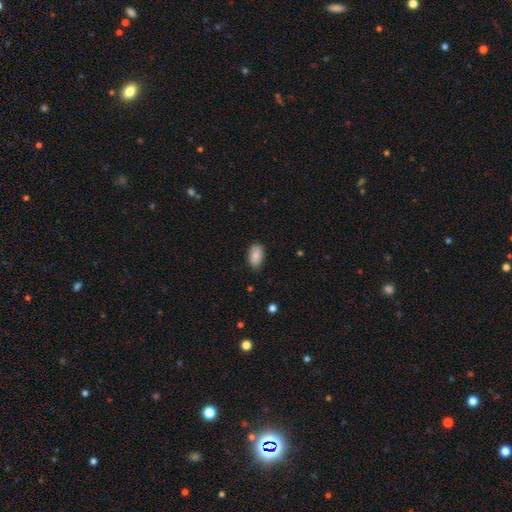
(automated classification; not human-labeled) A smooth galaxy with no disk features (87%) that is in between round and cigar-shaped (93%).

Vote fractions:
- Smooth or featured? smooth: 87% / star or artifact: 7% / featured or disk: 6%
- How rounded? in between: 93% / round: 6% / cigar-shaped: 2%
- Merging? none: 80% / minor disturbance: 16% / major disturbance: 3% / merger: 1%